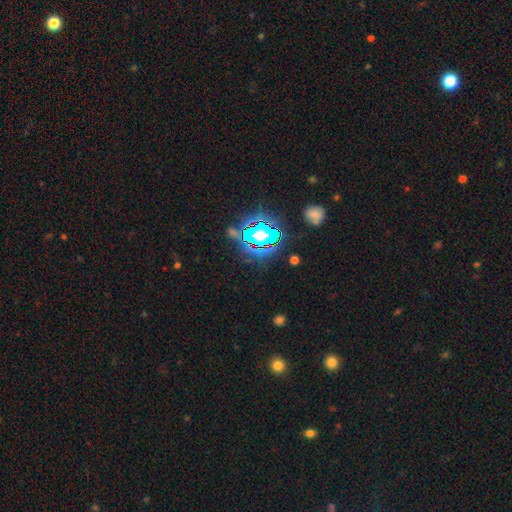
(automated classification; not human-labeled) A star or artifact, not a galaxy (78%).

Vote fractions:
- Smooth or featured? star or artifact: 78% / smooth: 13% / featured or disk: 9%